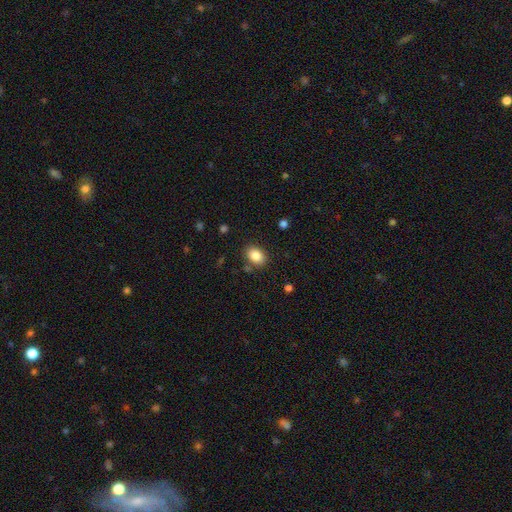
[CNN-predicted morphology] The model was most divided on "how rounded": in between: 76%, round: 23%, cigar-shaped: 1%. More confident: smooth or featured — smooth (86%); merging — none (83%).